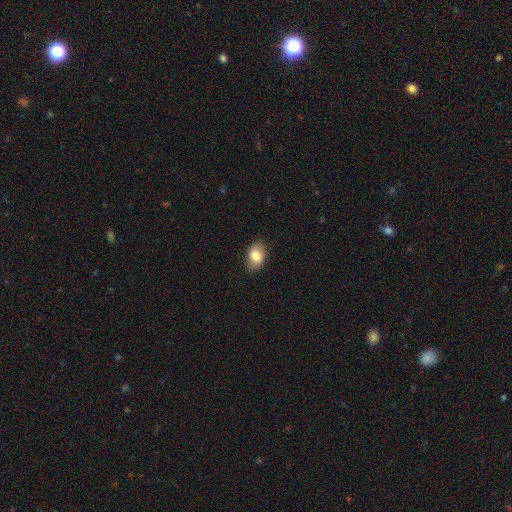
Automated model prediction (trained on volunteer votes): This appears to be a smooth galaxy with no disk features (79%) that is in between round and cigar-shaped (87%). Merging: none (84%).